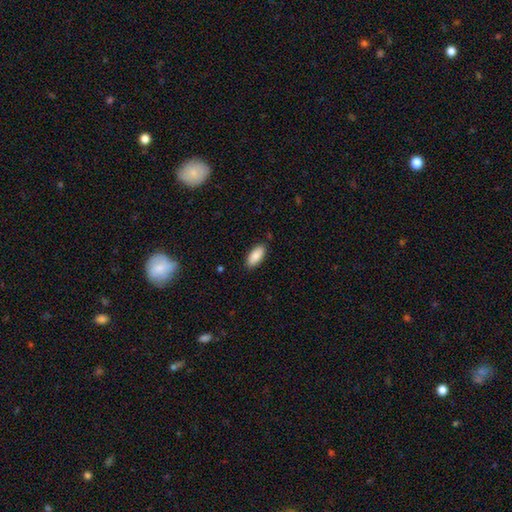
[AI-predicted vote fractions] smooth 86%, featured or disk 8%, star or artifact 6%. Down the decision tree: how rounded — in between (88%); merging — none (87%).